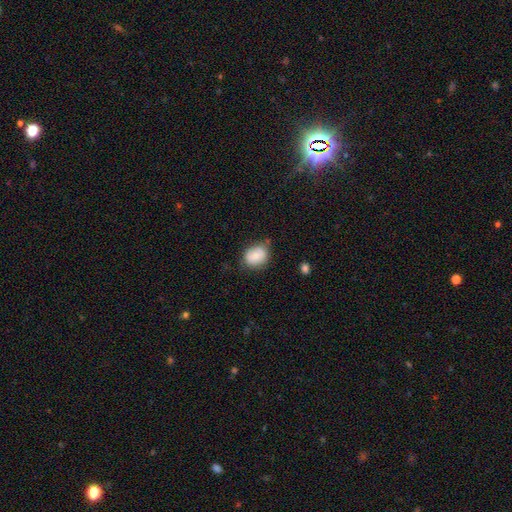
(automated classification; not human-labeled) Smooth or featured?
  - smooth: 71% *
  - featured or disk: 21%
  - star or artifact: 8%
How rounded?
  - round: 51% *
  - in between: 48%
  - cigar-shaped: 1%
Merging?
  - none: 68% *
  - minor disturbance: 25%
  - major disturbance: 5%
  - merger: 2%